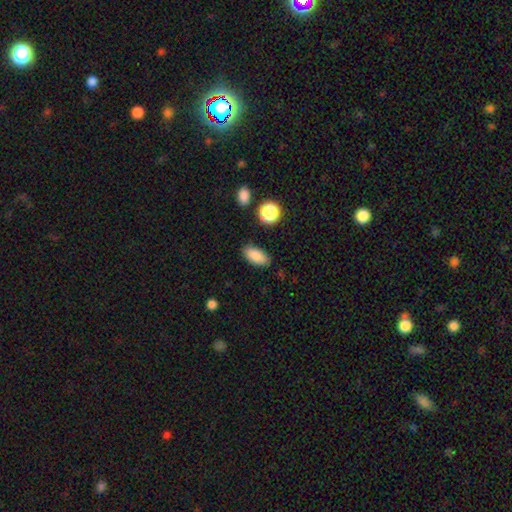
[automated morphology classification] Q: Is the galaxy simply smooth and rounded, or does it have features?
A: smooth — 86%.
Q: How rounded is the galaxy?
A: in between — 87%.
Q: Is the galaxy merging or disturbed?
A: none — 85%.